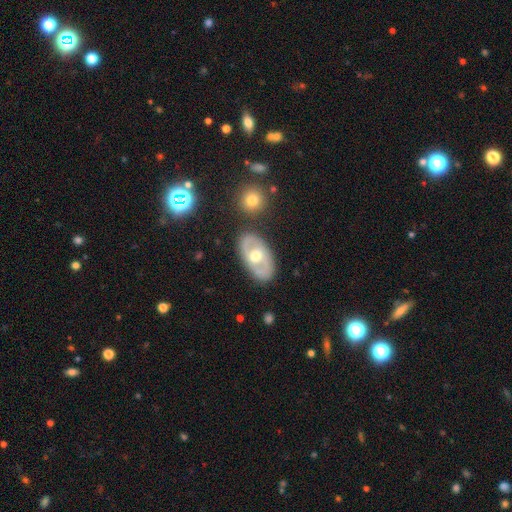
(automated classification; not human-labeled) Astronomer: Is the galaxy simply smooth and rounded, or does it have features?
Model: featured or disk — 62%.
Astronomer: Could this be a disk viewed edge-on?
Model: no — 90%.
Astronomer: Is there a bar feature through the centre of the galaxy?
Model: no — 72%.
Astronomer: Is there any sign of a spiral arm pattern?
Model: no — 64%.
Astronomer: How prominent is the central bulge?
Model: moderate — 78%.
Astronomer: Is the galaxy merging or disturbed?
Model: none — 81%.